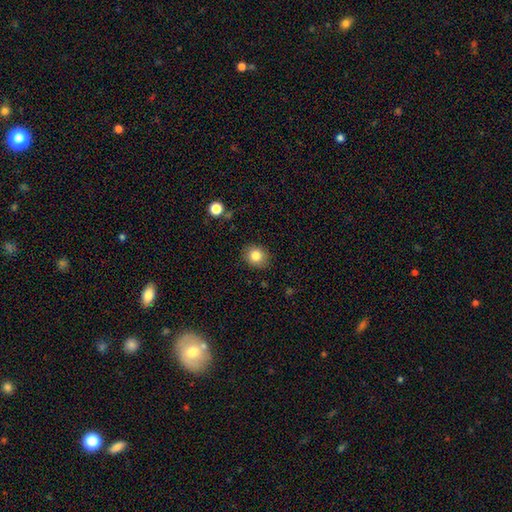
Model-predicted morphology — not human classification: A smooth galaxy with no disk features (83%) that is round (71%).

Vote fractions:
- Smooth or featured? smooth: 83% / star or artifact: 10% / featured or disk: 7%
- How rounded? round: 71% / in between: 28% / cigar-shaped: 1%
- Merging? none: 87% / minor disturbance: 10% / major disturbance: 2% / merger: 1%